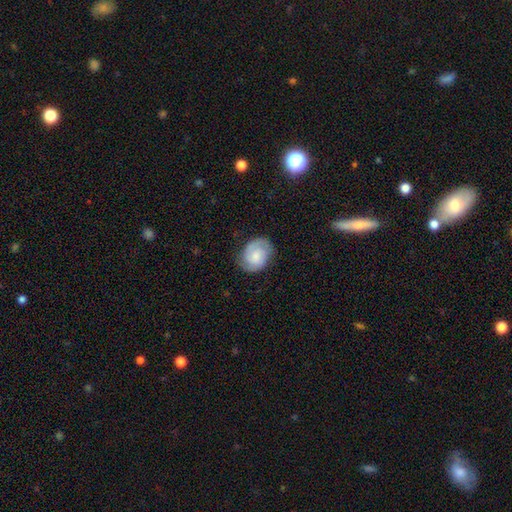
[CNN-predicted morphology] A featured or disk galaxy (48%). Merging: none (75%).